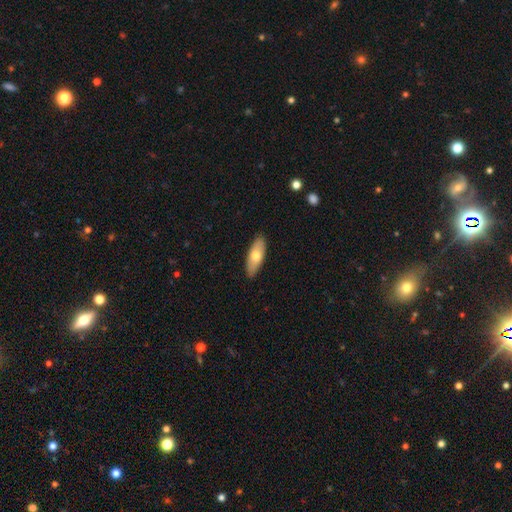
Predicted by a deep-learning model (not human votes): A smooth galaxy with no disk features (69%) that is in between round and cigar-shaped (69%). Merging: none (88%).